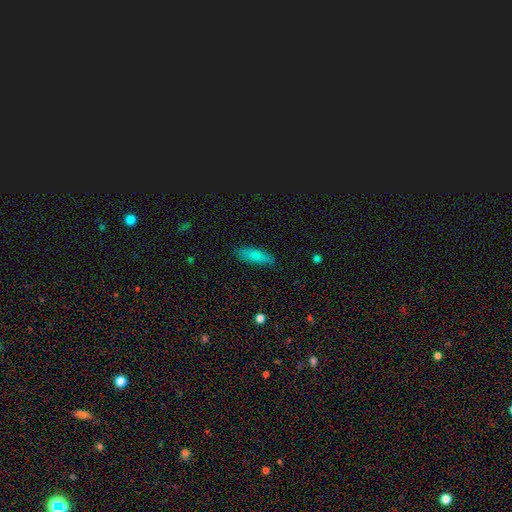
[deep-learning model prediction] Smooth or featured?
  - smooth: 81% *
  - featured or disk: 12%
  - star or artifact: 7%
How rounded?
  - cigar-shaped: 49% * (tied)
  - in between: 49% * (tied)
  - round: 2%
Merging?
  - none: 85% *
  - minor disturbance: 12%
  - major disturbance: 2%
  - merger: 1%